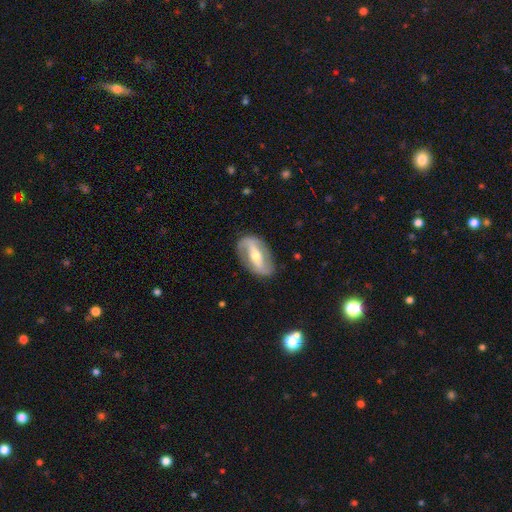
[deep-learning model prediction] smooth_or_featured: featured or disk (p=0.77) [alt: smooth p=0.17]
disk_edge_on: no (p=0.90) [alt: yes p=0.10]
bar: strong (p=0.58) [alt: weak p=0.26]
has_spiral_arms: yes (p=0.75) [alt: no p=0.25]
spiral_winding: loose (p=0.38) [alt: medium p=0.36]
spiral_arm_count: 2 (p=0.87) [alt: can't tell p=0.08]
bulge_size: moderate (p=0.66) [alt: small p=0.26]
merging: none (p=0.82) [alt: minor disturbance p=0.12]